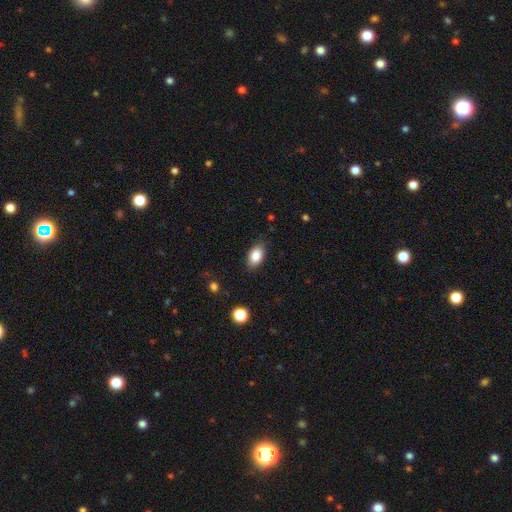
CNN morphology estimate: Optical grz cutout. It shows a smooth galaxy with no disk features (86%) that is in between round and cigar-shaped (91%). Merging: none (84%).